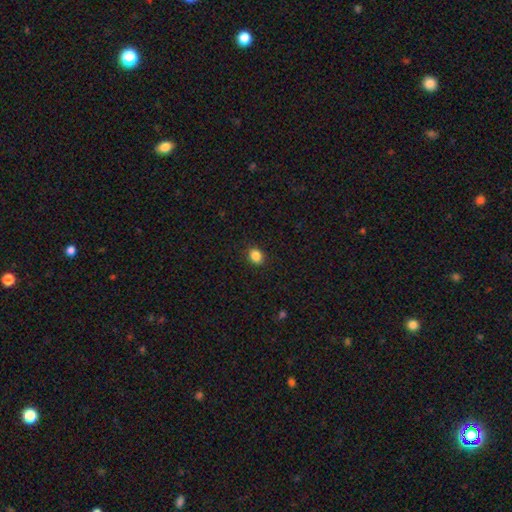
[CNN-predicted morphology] Smooth or featured?
  - smooth: 86% *
  - star or artifact: 10%
  - featured or disk: 4%
How rounded?
  - round: 50% *
  - in between: 49%
  - cigar-shaped: 1%
Merging?
  - none: 90% *
  - minor disturbance: 7%
  - major disturbance: 2%
  - merger: 1%